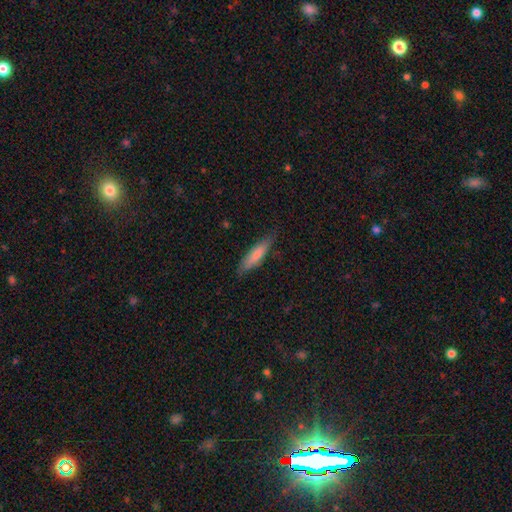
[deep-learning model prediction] Smooth or featured?
  - smooth: 72% *
  - featured or disk: 22%
  - star or artifact: 6%
How rounded?
  - cigar-shaped: 83% *
  - in between: 16%
  - round: 1%
Merging?
  - none: 83% *
  - minor disturbance: 14%
  - major disturbance: 2%
  - merger: 1%